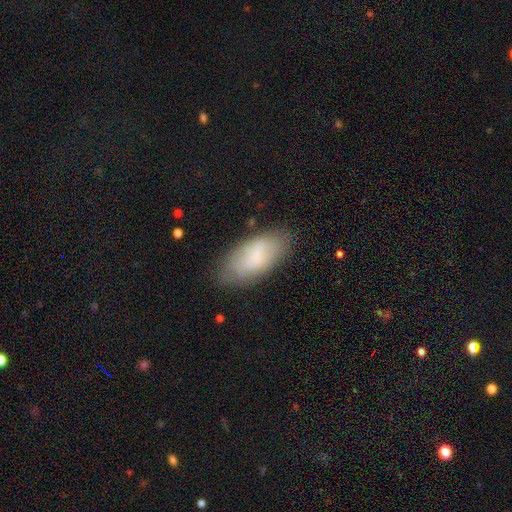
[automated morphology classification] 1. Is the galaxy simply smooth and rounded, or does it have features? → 69% smooth, 24% featured or disk, 8% star or artifact.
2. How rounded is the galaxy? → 90% in between, 7% cigar-shaped, 2% round.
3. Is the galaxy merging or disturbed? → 75% none, 18% minor disturbance, 5% major disturbance, 2% merger.